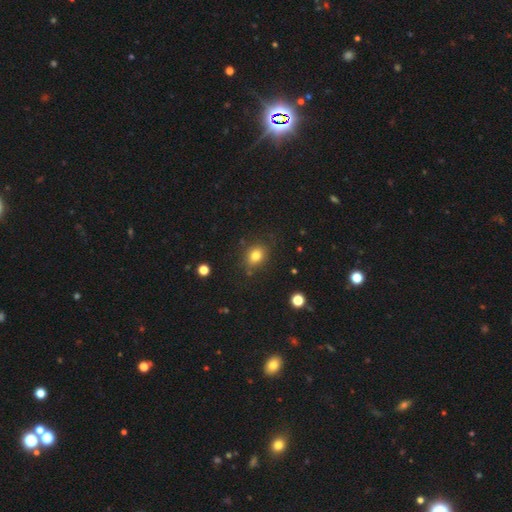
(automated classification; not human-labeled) smooth-or-featured: smooth: 79% | star or artifact: 12% | featured or disk: 9%
  how-rounded: in between: 50% | round: 49% | cigar-shaped: 1%
  merging: none: 79% | minor disturbance: 15% | major disturbance: 4% | merger: 3%